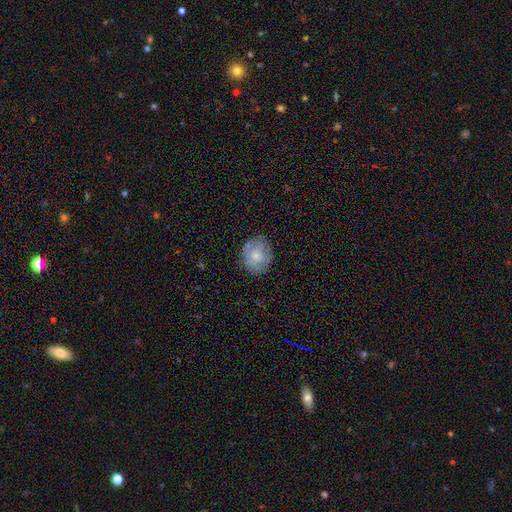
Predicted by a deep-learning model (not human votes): The model was most divided on "smooth or featured": smooth: 64%, featured or disk: 28%, star or artifact: 8%. More confident: merging — none (76%); how rounded — round (73%).